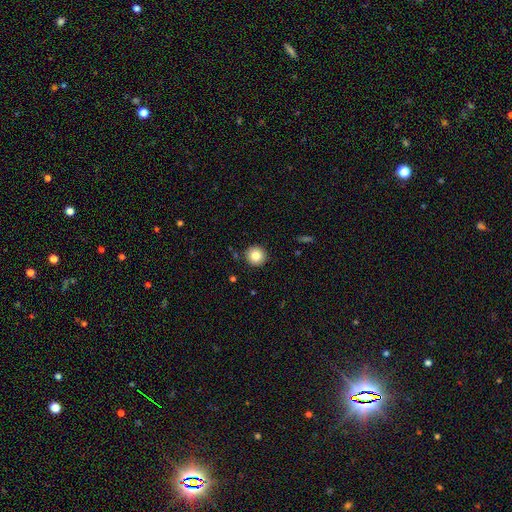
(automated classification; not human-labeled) smooth 83%, star or artifact 10%, featured or disk 7%. Down the decision tree: how rounded — round (95%); merging — none (91%).